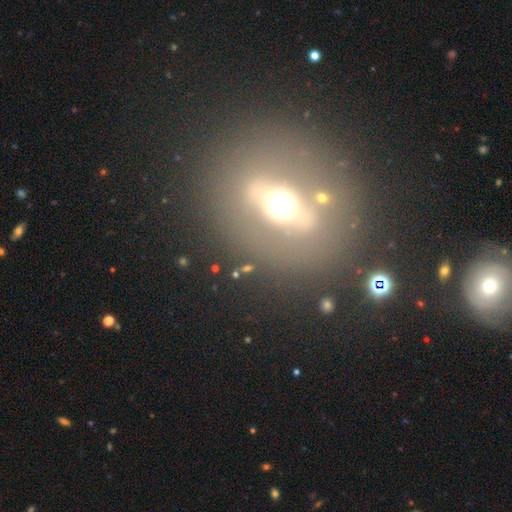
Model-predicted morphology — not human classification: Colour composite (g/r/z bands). It shows a featured or disk galaxy (60%). Merging: none (81%).